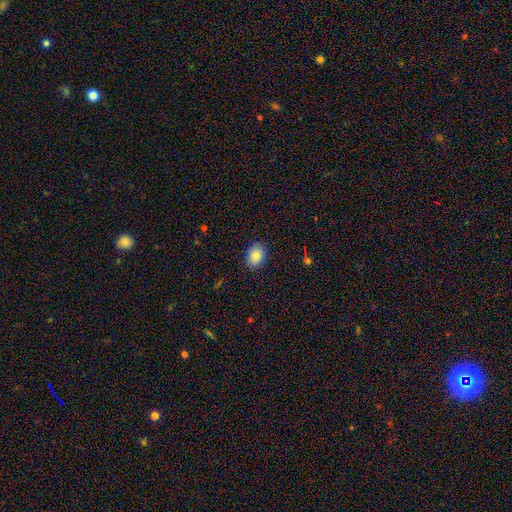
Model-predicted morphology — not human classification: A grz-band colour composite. It shows a smooth galaxy with no disk features (82%) that is in between round and cigar-shaped (72%). Merging: none (86%).